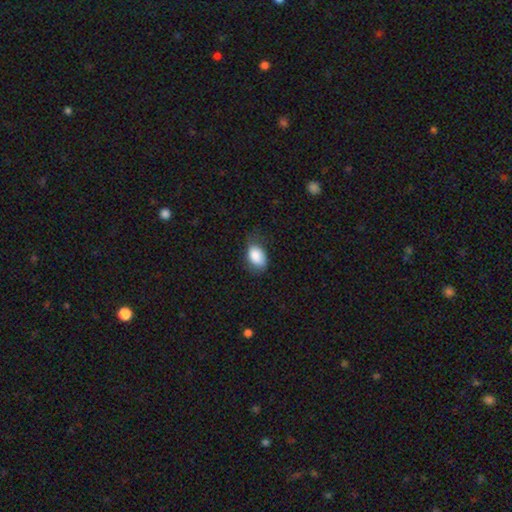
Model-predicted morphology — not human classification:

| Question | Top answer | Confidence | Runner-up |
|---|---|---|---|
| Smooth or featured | smooth | 86% | star or artifact (7%) |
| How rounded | in between | 87% | round (11%) |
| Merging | none | 56% | minor disturbance (32%) |